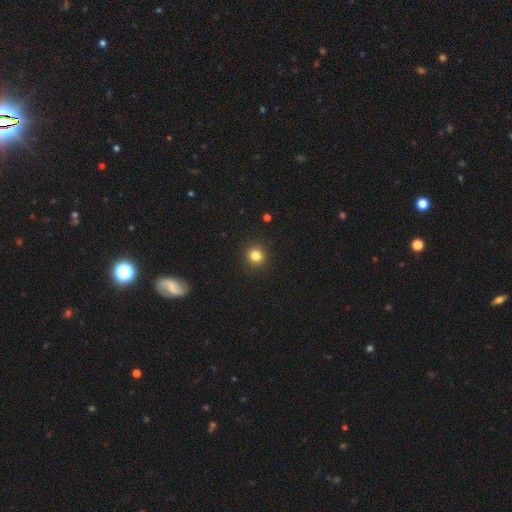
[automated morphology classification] This is clearly a smooth galaxy (82%). How rounded: clearly round (89%). Merging: clearly none (92%).